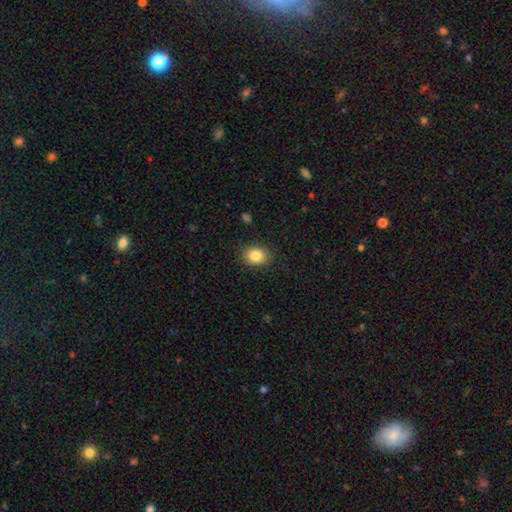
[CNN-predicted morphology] Smooth or featured? smooth (84%)
How rounded? in between (52%)
Merging? none (88%)